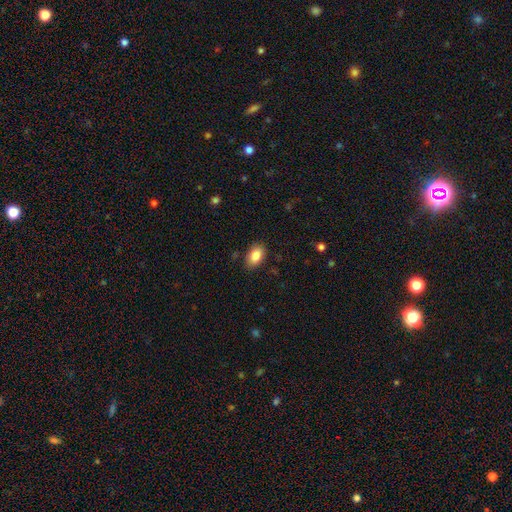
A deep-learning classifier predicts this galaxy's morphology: This is clearly a smooth galaxy (86%). How rounded: clearly in between (90%). Merging: clearly none (87%).